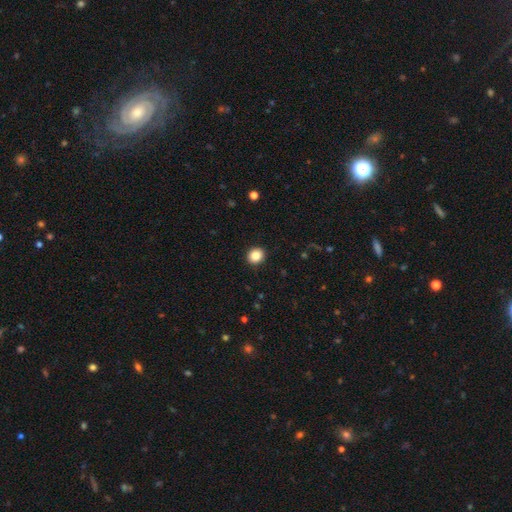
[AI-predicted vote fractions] This is clearly a smooth galaxy (85%). How rounded: clearly round (85%). Merging: clearly none (92%).